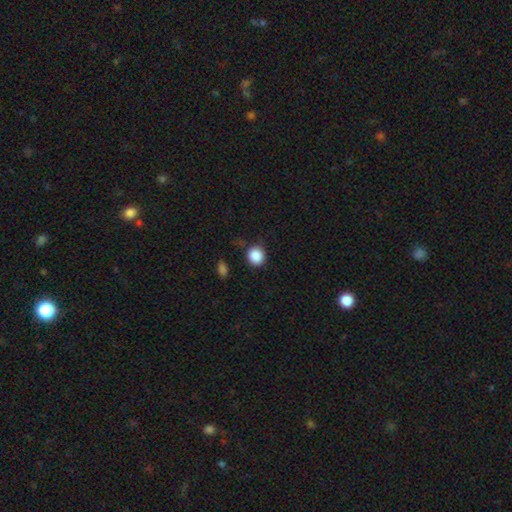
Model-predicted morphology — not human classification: Overall: smooth (88%). How rounded: round (88%). Merging: none (79%).